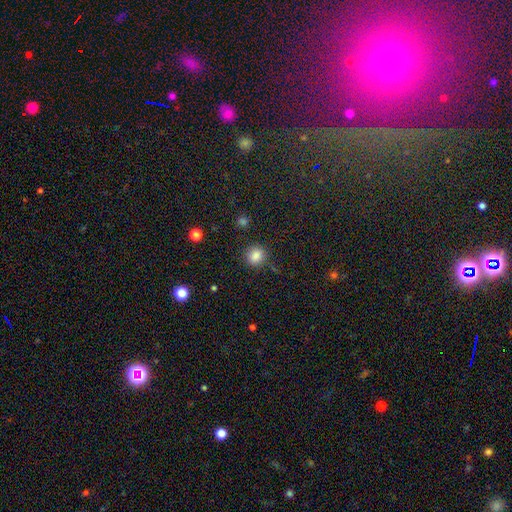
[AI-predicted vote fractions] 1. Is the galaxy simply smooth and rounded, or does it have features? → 84% smooth, 11% star or artifact, 5% featured or disk.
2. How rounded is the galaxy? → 83% round, 16% in between, 1% cigar-shaped.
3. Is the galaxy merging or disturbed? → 84% none, 10% minor disturbance, 3% major disturbance, 3% merger.